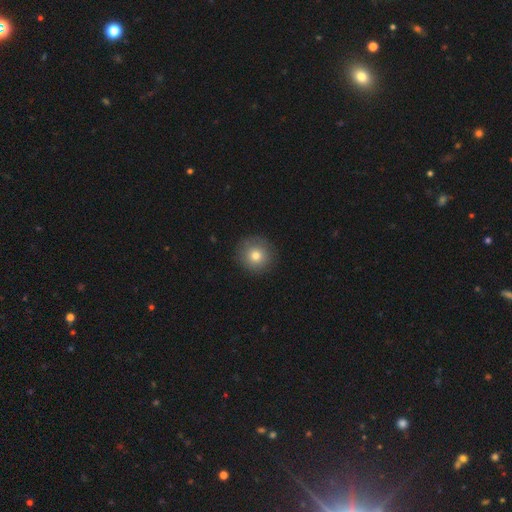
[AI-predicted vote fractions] smooth-or-featured: smooth: 77% | featured or disk: 12% | star or artifact: 10%
  how-rounded: round: 94% | in between: 5% | cigar-shaped: 1%
  merging: none: 89% | minor disturbance: 8% | major disturbance: 2% | merger: 1%